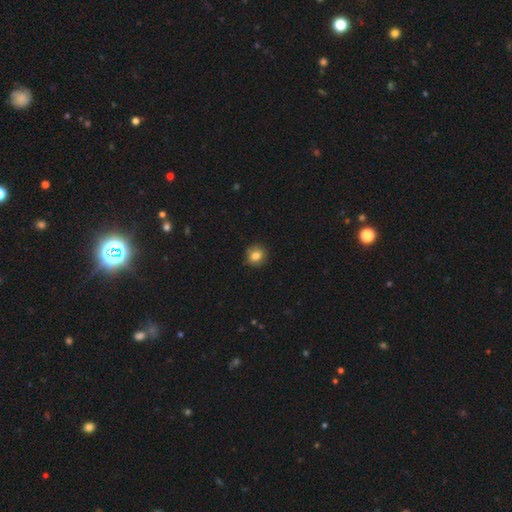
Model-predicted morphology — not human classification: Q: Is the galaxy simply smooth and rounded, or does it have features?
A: smooth — 82%.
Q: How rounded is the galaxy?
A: round — 80%.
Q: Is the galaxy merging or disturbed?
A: none — 87%.